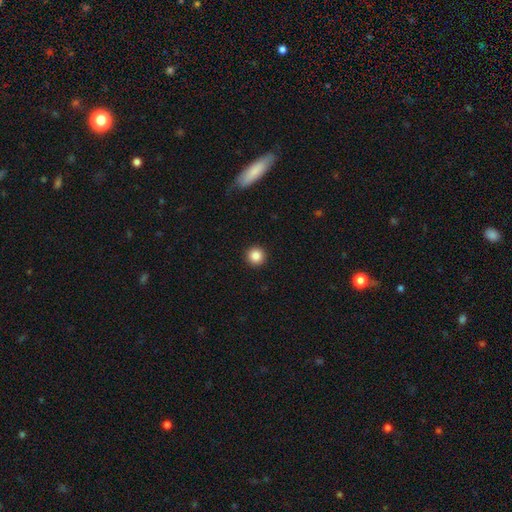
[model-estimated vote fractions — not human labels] Smooth or featured?
  - smooth: 87% *
  - star or artifact: 10%
  - featured or disk: 4%
How rounded?
  - round: 95% *
  - in between: 4%
  - cigar-shaped: 1%
Merging?
  - none: 93% *
  - minor disturbance: 4%
  - major disturbance: 2%
  - merger: 1%